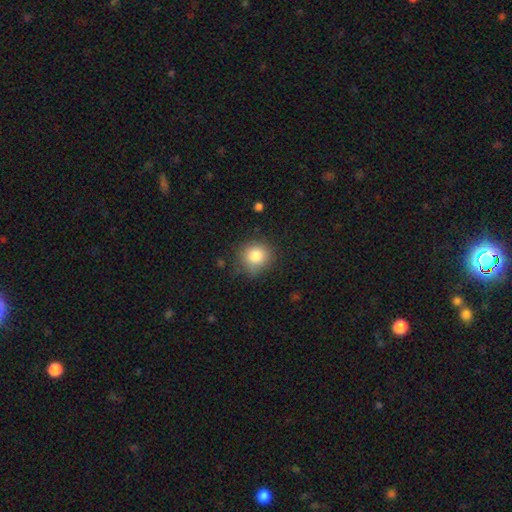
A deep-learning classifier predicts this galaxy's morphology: Q: Smooth or featured?
A: smooth (83%); runner-up: star or artifact (10%)
Q: How rounded?
A: round (88%); runner-up: in between (11%)
Q: Merging?
A: none (80%); runner-up: minor disturbance (15%)